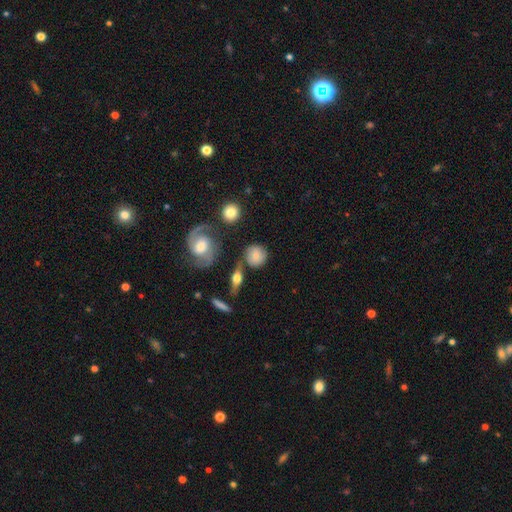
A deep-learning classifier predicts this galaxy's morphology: A smooth galaxy with no disk features (62%) that is round (86%). Merging: none (74%).